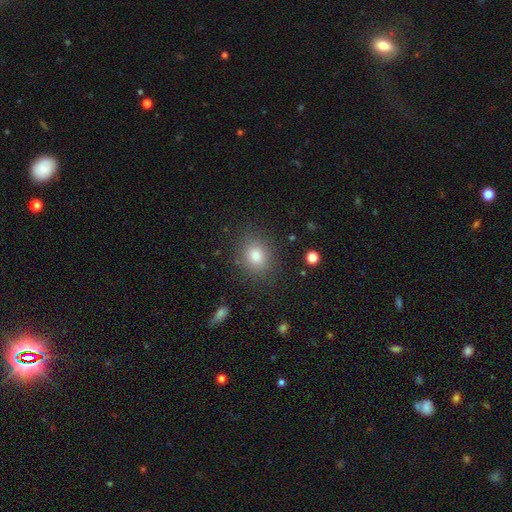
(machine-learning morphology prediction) A smooth galaxy with no disk features (81%) that is round (65%). Merging: none (86%).